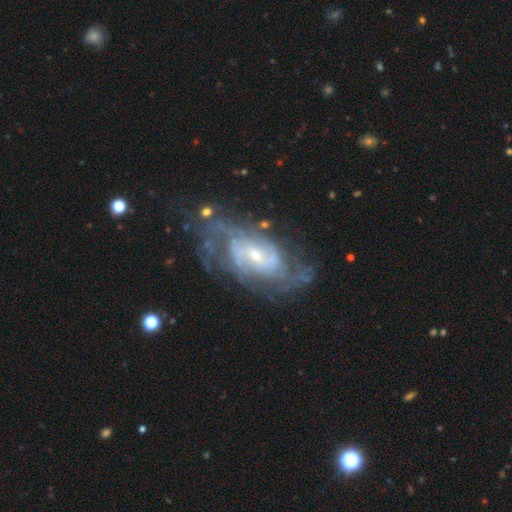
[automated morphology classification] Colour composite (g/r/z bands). It shows a featured or disk galaxy (87%) with a weak bar (46%), tight (49%) spiral arms (94%) and a small central bulge (61%). Merging: none (61%).